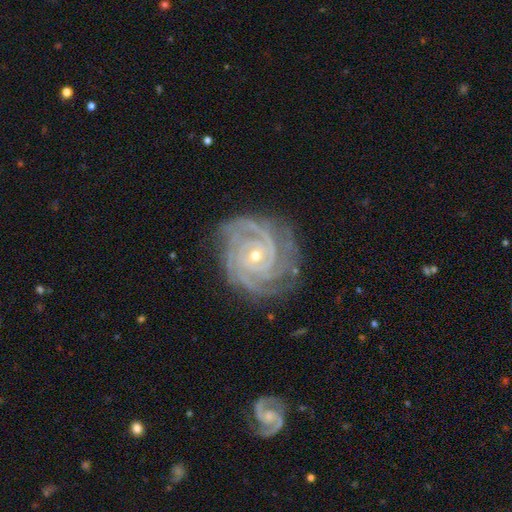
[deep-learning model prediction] Morphology: type=featured or disk (93%); edge-on=no (98%); bar=no (72%); spiral arms=yes (99%); winding=tight (83%); arm count=3 (32%); bulge=small (67%); merging=none (79%).